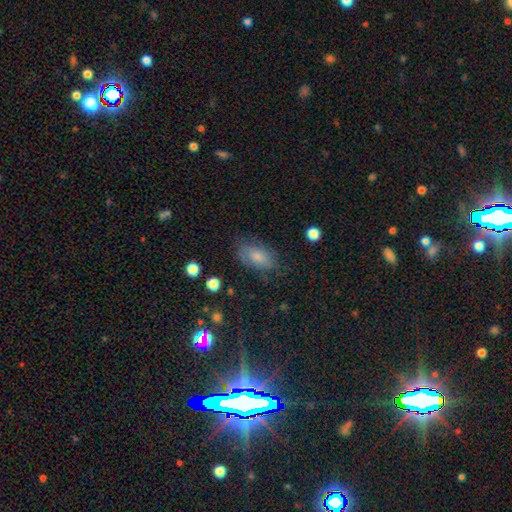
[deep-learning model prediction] This is possibly a smooth galaxy (59%). How rounded: clearly in between (88%). Merging: likely none (75%).